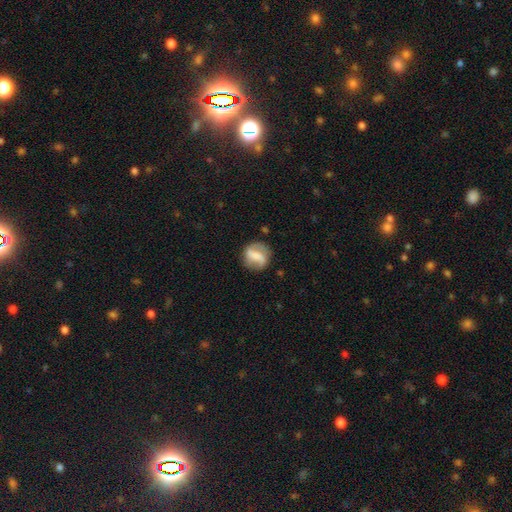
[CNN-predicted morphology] smooth_or_featured: featured or disk (p=0.58) [alt: smooth p=0.34]
disk_edge_on: no (p=0.96) [alt: yes p=0.04]
bar: strong (p=0.50) [alt: weak p=0.30]
has_spiral_arms: yes (p=0.78) [alt: no p=0.22]
bulge_size: none (p=0.43) [alt: small p=0.22]
merging: none (p=0.71) [alt: minor disturbance p=0.18]